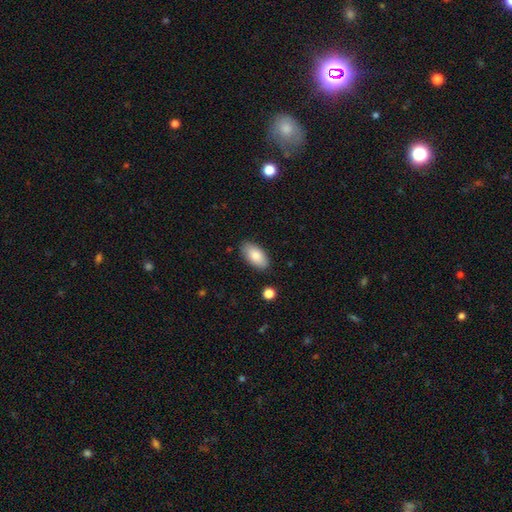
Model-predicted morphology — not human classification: This appears to be a smooth galaxy with no disk features (83%) that is in between round and cigar-shaped (94%). Merging: none (85%).